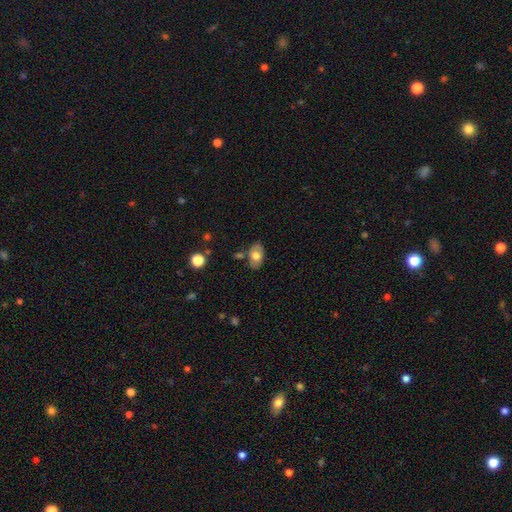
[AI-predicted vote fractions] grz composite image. It shows a smooth galaxy with no disk features (69%) that is in between round and cigar-shaped (91%). Merging: none (74%).